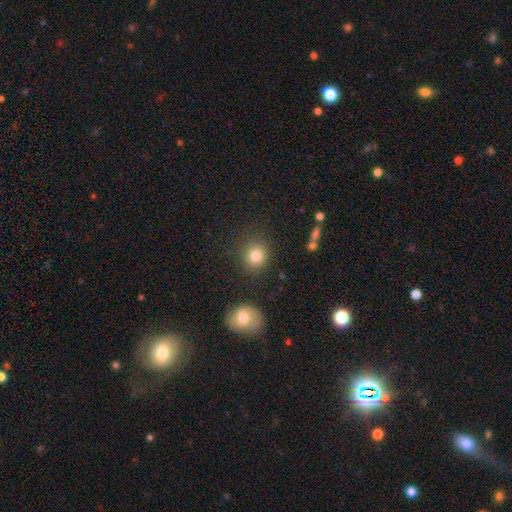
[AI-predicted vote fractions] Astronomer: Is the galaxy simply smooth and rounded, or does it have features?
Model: smooth — 83%.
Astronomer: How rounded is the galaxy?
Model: round — 82%.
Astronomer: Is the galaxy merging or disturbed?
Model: none — 83%.